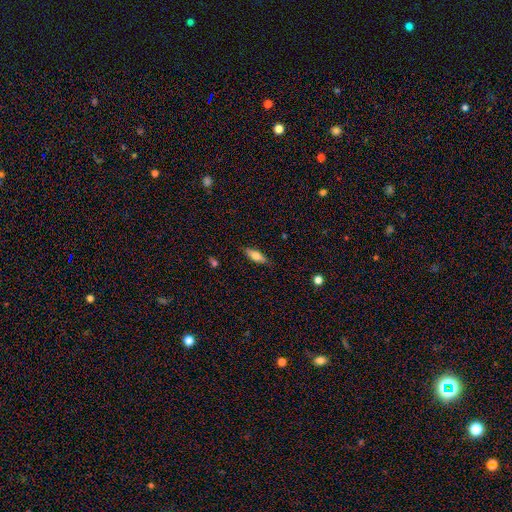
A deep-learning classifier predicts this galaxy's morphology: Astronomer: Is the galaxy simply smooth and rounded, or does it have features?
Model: smooth — 60%.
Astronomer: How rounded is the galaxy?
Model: in between — 56% (runner-up: cigar-shaped, 42%).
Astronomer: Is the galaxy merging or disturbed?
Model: none — 84%.